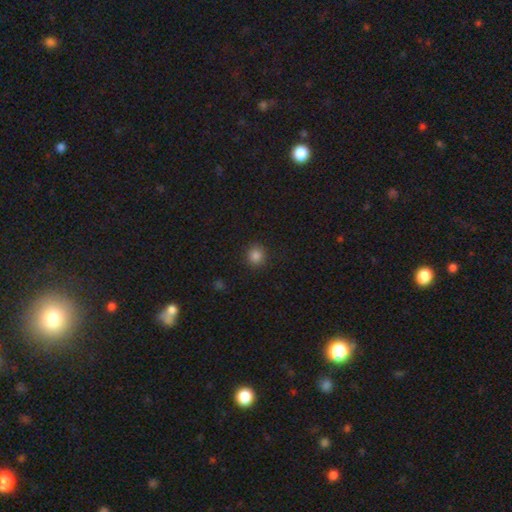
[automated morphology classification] The model was most divided on "smooth or featured": smooth: 83%, star or artifact: 12%, featured or disk: 4%. More confident: merging — none (90%); how rounded — round (89%).